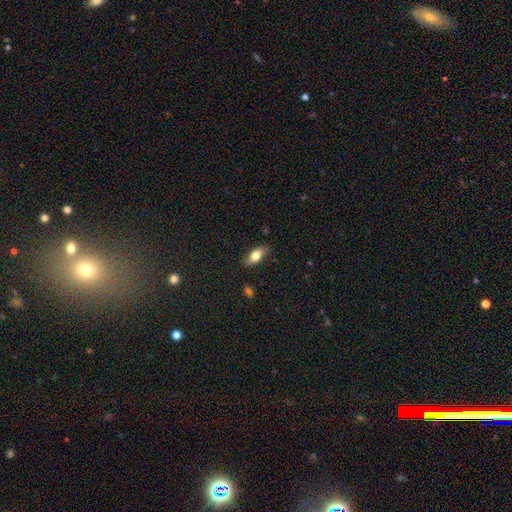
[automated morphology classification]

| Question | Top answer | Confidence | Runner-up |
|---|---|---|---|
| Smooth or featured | smooth | 74% | featured or disk (19%) |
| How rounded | in between | 82% | cigar-shaped (15%) |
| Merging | none | 83% | minor disturbance (13%) |